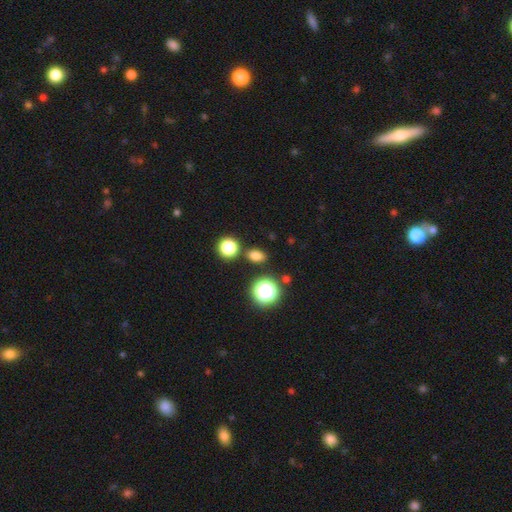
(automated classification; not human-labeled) The model was most divided on "how rounded": in between: 63%, round: 35%, cigar-shaped: 2%. More confident: merging — none (83%); smooth or featured — smooth (75%).